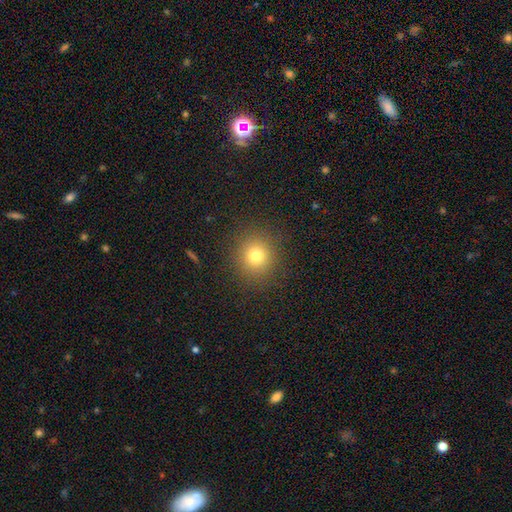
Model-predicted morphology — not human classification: A smooth galaxy with no disk features (76%) that is round (90%).

Vote fractions:
- Smooth or featured? smooth: 76% / star or artifact: 15% / featured or disk: 8%
- How rounded? round: 90% / in between: 9% / cigar-shaped: 1%
- Merging? none: 89% / minor disturbance: 7% / major disturbance: 3% / merger: 1%